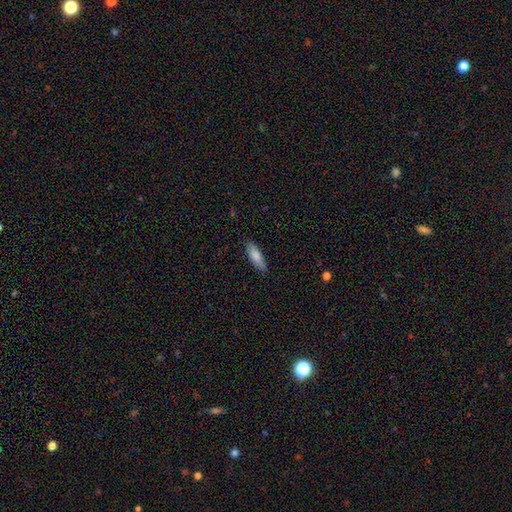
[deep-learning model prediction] smooth-or-featured: smooth: 84% | featured or disk: 11% | star or artifact: 6%
  how-rounded: in between: 50% | cigar-shaped: 49% | round: 2%
  merging: none: 86% | minor disturbance: 11% | major disturbance: 2% | merger: 1%